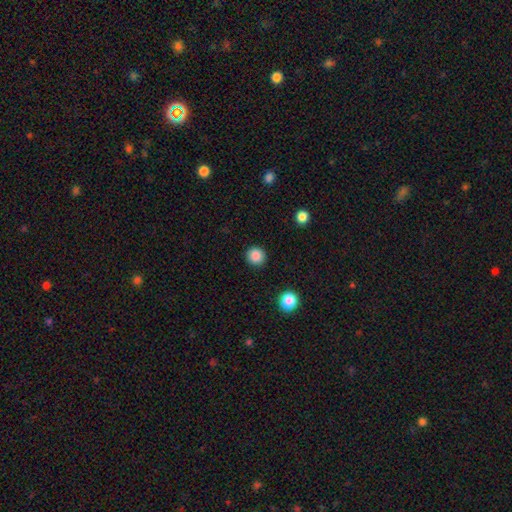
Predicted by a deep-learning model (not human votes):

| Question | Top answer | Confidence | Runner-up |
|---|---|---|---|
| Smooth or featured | smooth | 86% | star or artifact (11%) |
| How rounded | round | 94% | in between (5%) |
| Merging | none | 91% | minor disturbance (5%) |